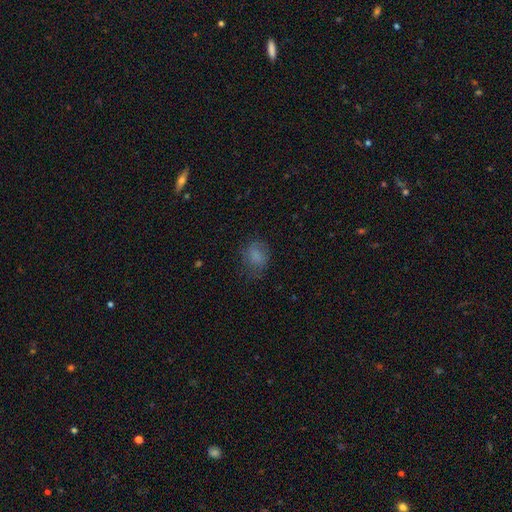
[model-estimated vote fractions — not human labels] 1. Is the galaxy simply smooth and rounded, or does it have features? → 73% smooth, 15% featured or disk, 12% star or artifact.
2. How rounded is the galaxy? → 52% round, 47% in between, 1% cigar-shaped.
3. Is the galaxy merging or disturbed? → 62% none, 23% minor disturbance, 14% major disturbance, 1% merger.